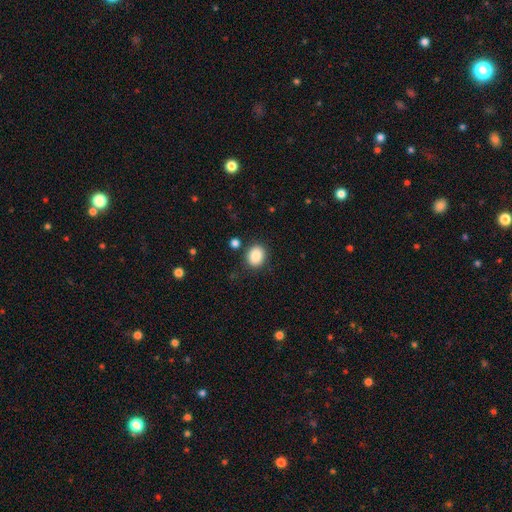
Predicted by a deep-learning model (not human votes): A smooth galaxy with no disk features (87%) that is round (59%). Merging: none (84%).